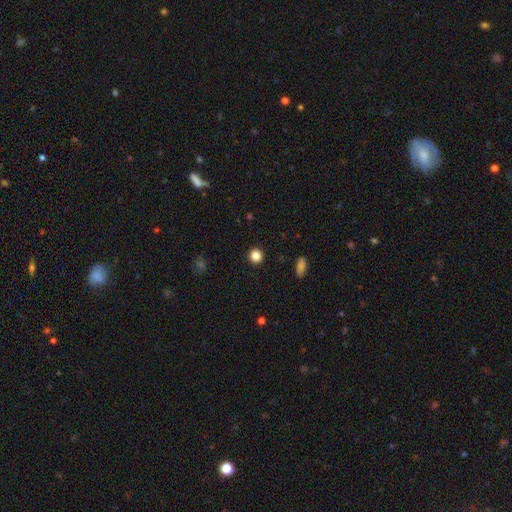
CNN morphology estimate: Smooth or featured? smooth (85%)
How rounded? round (93%)
Merging? none (93%)